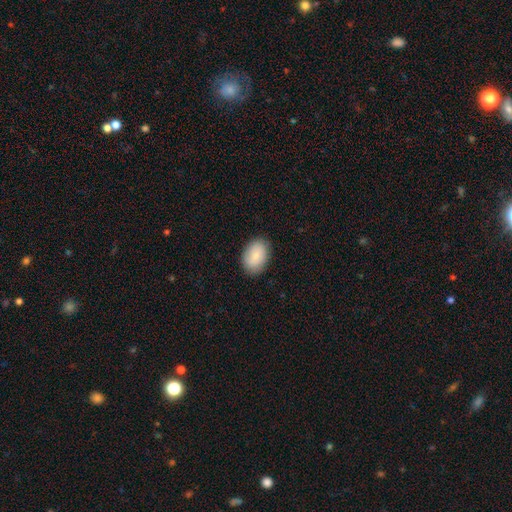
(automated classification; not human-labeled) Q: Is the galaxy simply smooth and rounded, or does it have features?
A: smooth — 83%.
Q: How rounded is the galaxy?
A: in between — 82%.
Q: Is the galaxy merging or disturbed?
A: none — 85%.